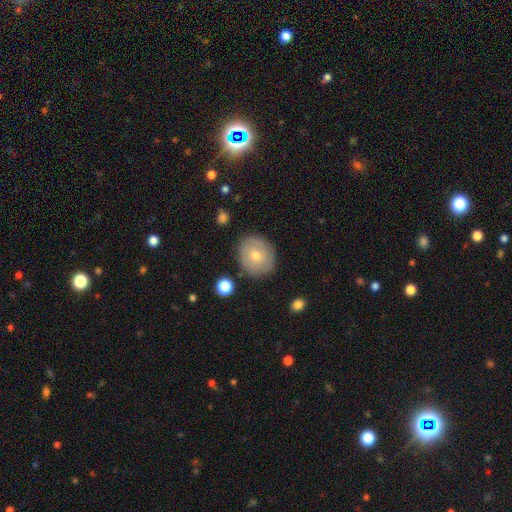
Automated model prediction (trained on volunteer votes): Morphology: type=smooth (51%); roundness=round (71%); merging=none (83%).